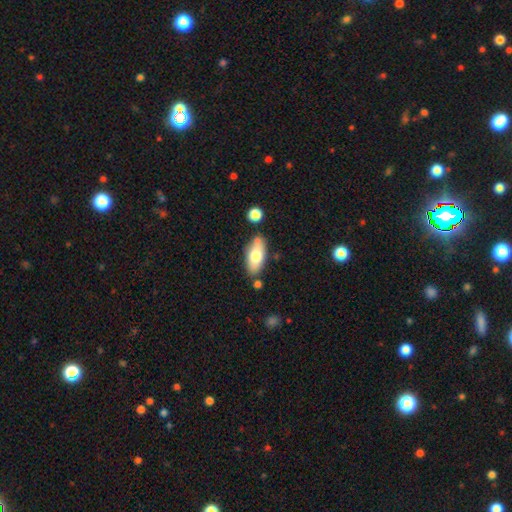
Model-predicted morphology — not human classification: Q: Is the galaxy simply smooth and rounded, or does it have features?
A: smooth — 72%.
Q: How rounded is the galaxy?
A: in between — 87%.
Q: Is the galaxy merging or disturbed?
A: none — 75%.